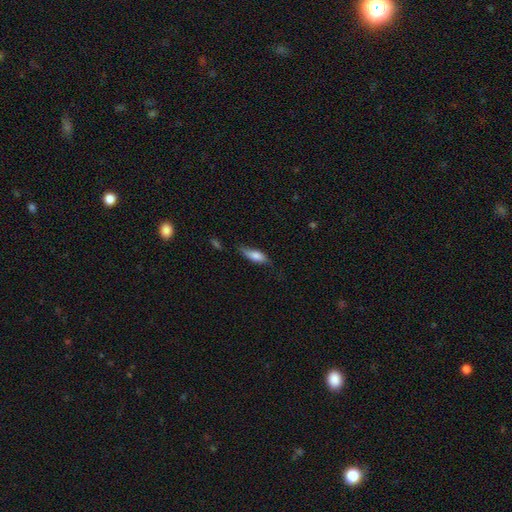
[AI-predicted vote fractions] Smooth or featured?
  - smooth: 69% *
  - featured or disk: 25%
  - star or artifact: 7%
How rounded?
  - in between: 61% *
  - cigar-shaped: 36%
  - round: 3%
Merging?
  - none: 58% *
  - minor disturbance: 31%
  - major disturbance: 9%
  - merger: 2%